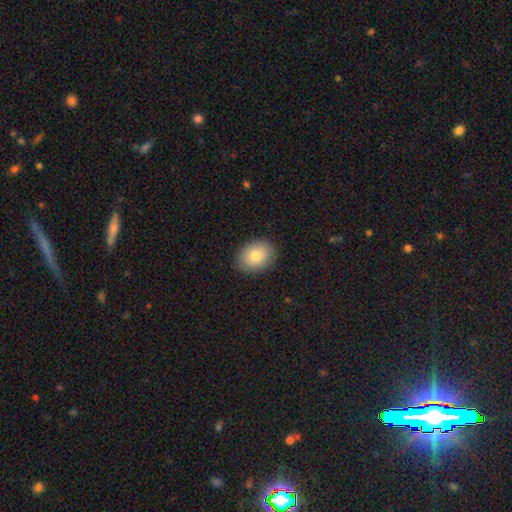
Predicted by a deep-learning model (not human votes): Smooth or featured? Predicted: smooth (p=0.81). How rounded? Predicted: in between (p=0.65). Merging? Predicted: none (p=0.88).